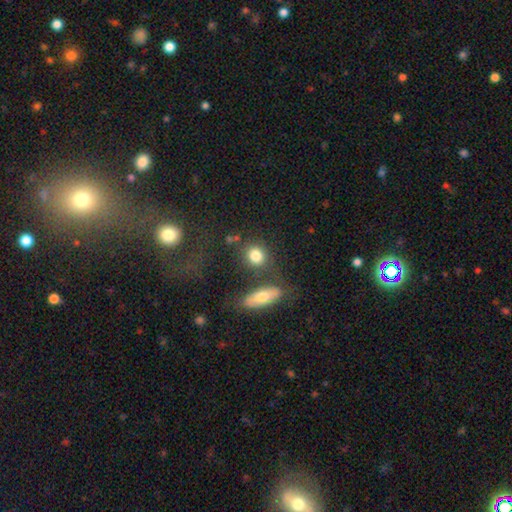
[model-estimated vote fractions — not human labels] smooth 81%, star or artifact 10%, featured or disk 9%. Down the decision tree: how rounded — round (67%); merging — none (67%).